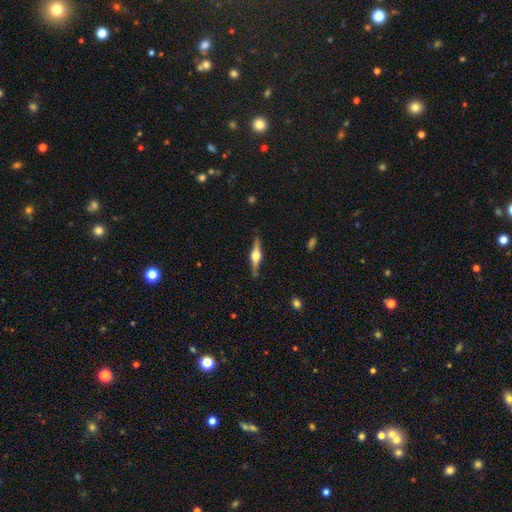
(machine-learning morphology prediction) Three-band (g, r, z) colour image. It shows a featured or disk galaxy (76%) viewed edge-on (98%) with a rounded central bulge (93%). Merging: none (87%).